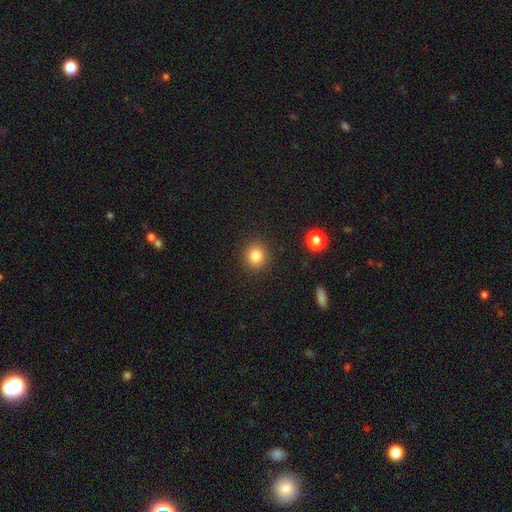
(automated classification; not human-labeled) This appears to be a smooth galaxy with no disk features (82%) that is round (89%). Merging: none (90%).